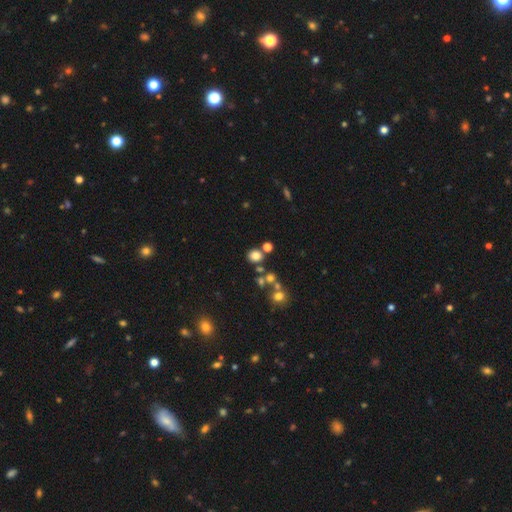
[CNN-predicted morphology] smooth_or_featured: smooth (p=0.74) [alt: star or artifact p=0.17]
how_rounded: round (p=0.76) [alt: in between p=0.23]
merging: none (p=0.71) [alt: merger p=0.15]